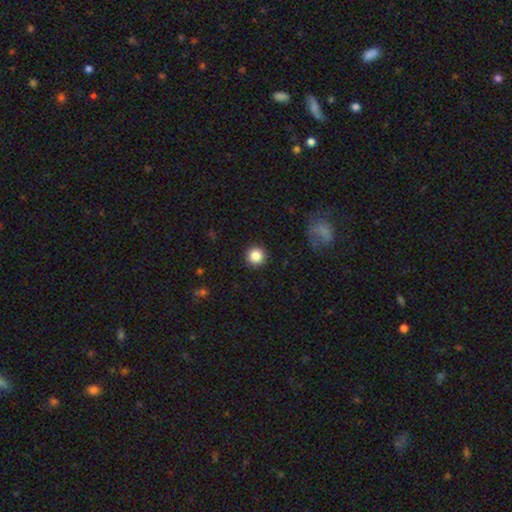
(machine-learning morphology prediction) This is clearly a smooth galaxy (85%). How rounded: clearly round (95%). Merging: clearly none (92%).